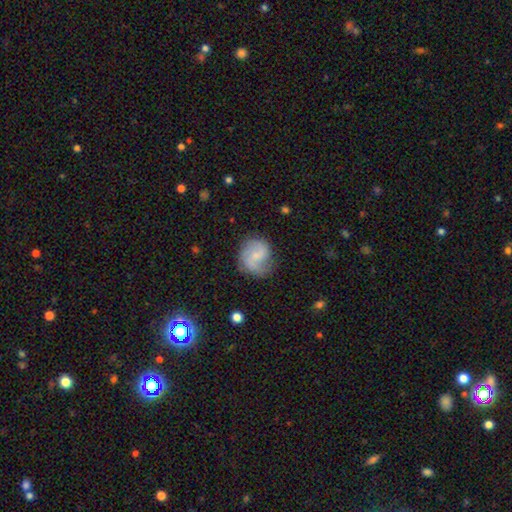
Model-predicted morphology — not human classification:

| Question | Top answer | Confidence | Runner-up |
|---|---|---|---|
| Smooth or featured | featured or disk | 50% | smooth (42%) |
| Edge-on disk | no | 98% | yes (2%) |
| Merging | none | 63% | minor disturbance (24%) |